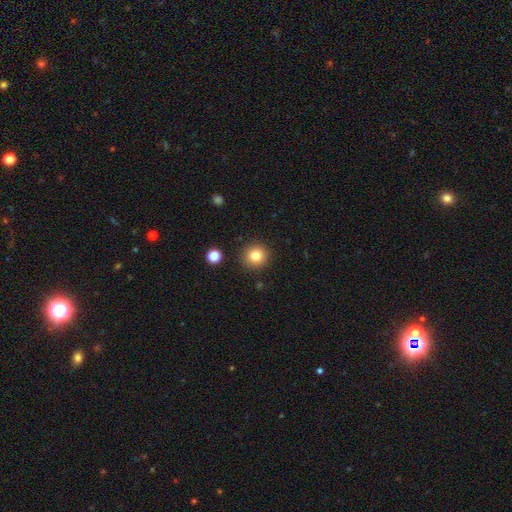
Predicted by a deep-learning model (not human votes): smooth-or-featured: smooth: 82% | star or artifact: 11% | featured or disk: 7%
  how-rounded: round: 93% | in between: 6% | cigar-shaped: 1%
  merging: none: 90% | minor disturbance: 6% | major disturbance: 2% | merger: 2%